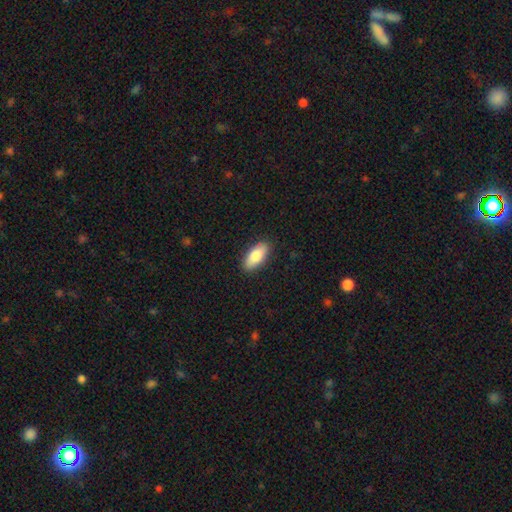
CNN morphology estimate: A smooth galaxy with no disk features (79%) that is in between round and cigar-shaped (83%). Merging: none (89%).